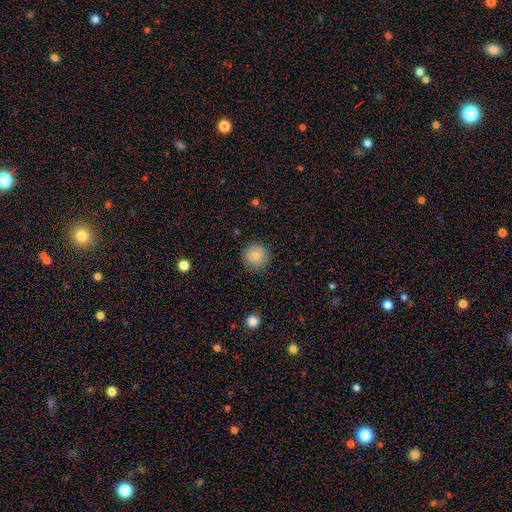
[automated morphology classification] smooth-or-featured: smooth: 78% | featured or disk: 12% | star or artifact: 10%
  how-rounded: round: 95% | in between: 4% | cigar-shaped: 1%
  merging: none: 86% | minor disturbance: 10% | major disturbance: 3% | merger: 1%